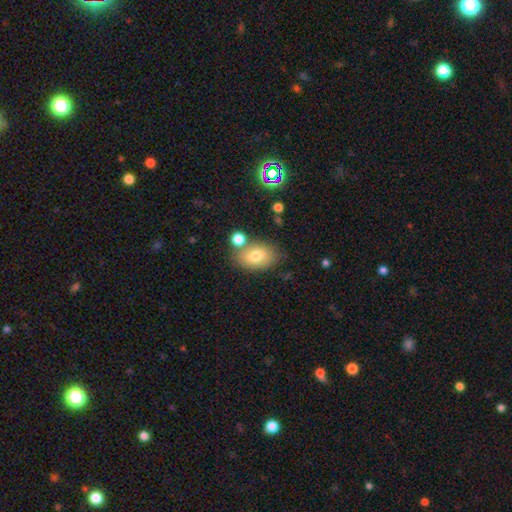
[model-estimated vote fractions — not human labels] A smooth galaxy with no disk features (75%) that is in between round and cigar-shaped (86%). Merging: none (69%).